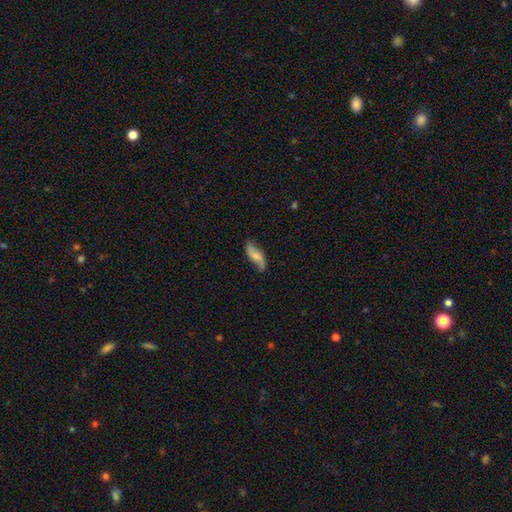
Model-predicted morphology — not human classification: A featured or disk galaxy (51%).

Vote fractions:
- Smooth or featured? featured or disk: 51% / smooth: 42% / star or artifact: 7%
- Edge-on disk? no: 88% / yes: 12%
- Merging? none: 75% / minor disturbance: 19% / major disturbance: 5% / merger: 2%